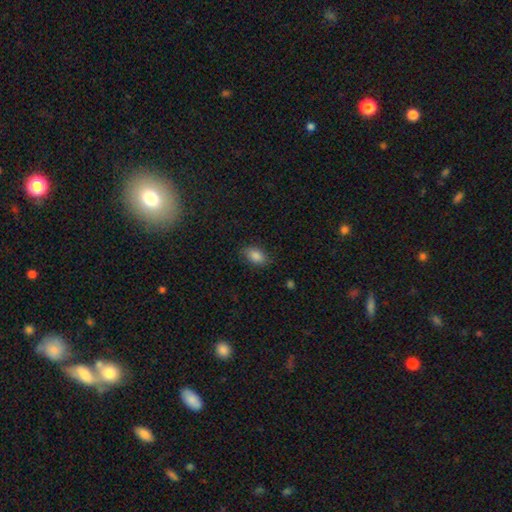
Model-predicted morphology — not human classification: A smooth galaxy with no disk features (85%) that is in between round and cigar-shaped (89%). Merging: none (81%).